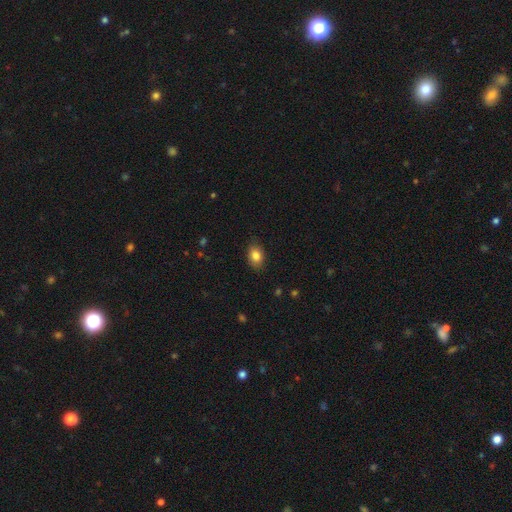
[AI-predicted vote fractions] Smooth or featured?
  - smooth: 84% *
  - star or artifact: 9%
  - featured or disk: 7%
How rounded?
  - in between: 79% *
  - round: 20%
  - cigar-shaped: 1%
Merging?
  - none: 85% *
  - minor disturbance: 11%
  - major disturbance: 3%
  - merger: 1%